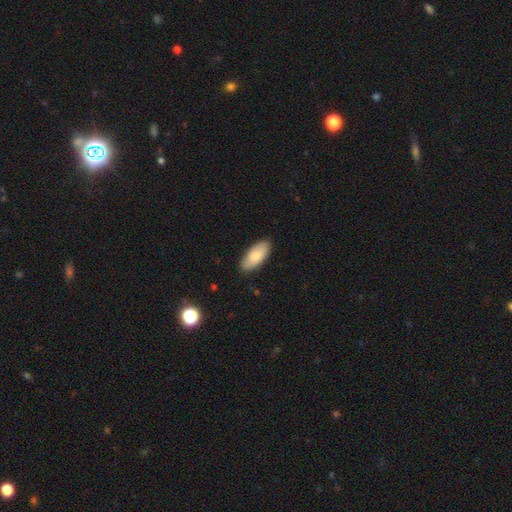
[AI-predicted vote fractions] Smooth or featured? Predicted: smooth (p=0.83). How rounded? Predicted: in between (p=0.87). Merging? Predicted: none (p=0.86).